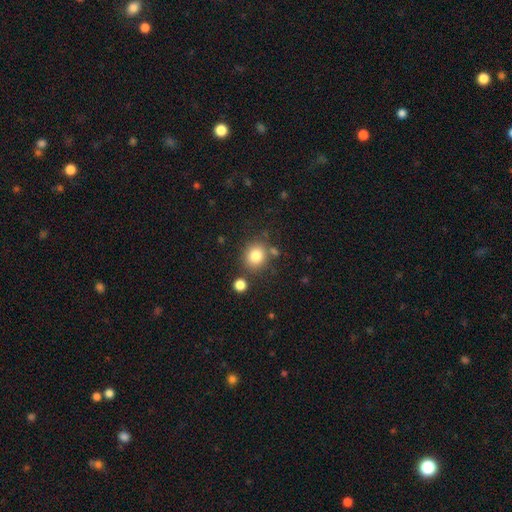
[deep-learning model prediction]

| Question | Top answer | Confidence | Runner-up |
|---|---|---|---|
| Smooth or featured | smooth | 81% | star or artifact (11%) |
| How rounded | round | 78% | in between (21%) |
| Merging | none | 75% | minor disturbance (11%) |